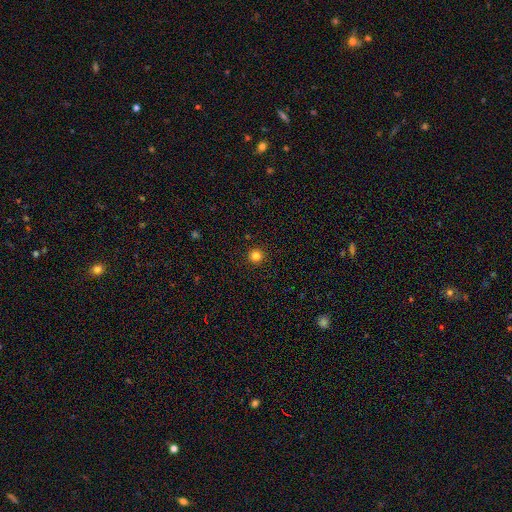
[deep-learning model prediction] smooth 83%, star or artifact 13%, featured or disk 4%. Down the decision tree: how rounded — round (96%); merging — none (93%).